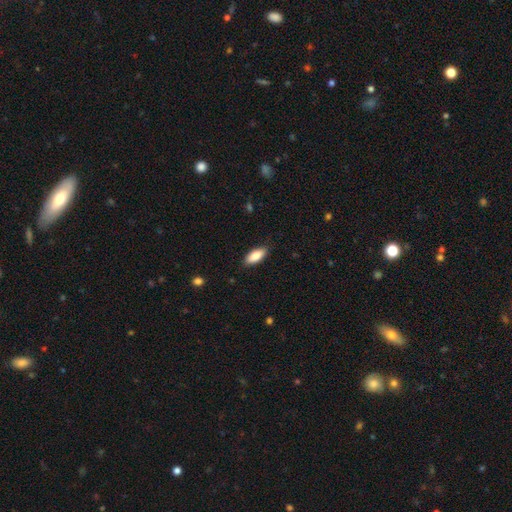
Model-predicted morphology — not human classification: Smooth or featured? smooth (85%)
How rounded? in between (81%)
Merging? none (87%)